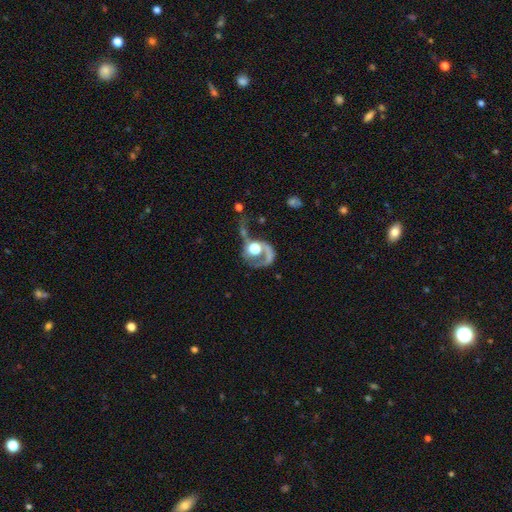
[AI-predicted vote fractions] Smooth or featured? Predicted: featured or disk (p=0.69). Edge-on disk? Predicted: no (p=0.97). Bar? Predicted: no (p=0.79). Spiral arms? Predicted: yes (p=0.73). Bulge size? Predicted: large (p=0.45). Merging? Predicted: major disturbance (p=0.45).